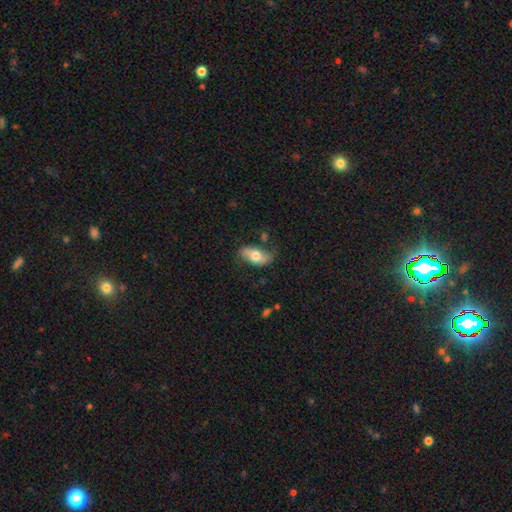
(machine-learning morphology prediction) Smooth or featured: smooth — 61% (featured or disk — 32%)
How rounded: in between — 90% (cigar-shaped — 5%)
Merging: none — 63% (minor disturbance — 25%)